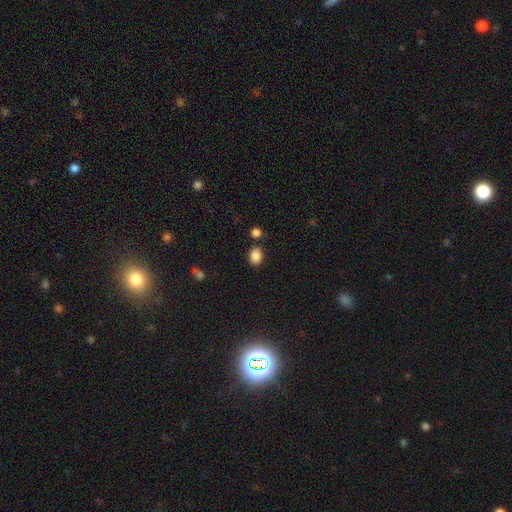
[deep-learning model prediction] smooth 87%, star or artifact 9%, featured or disk 4%. Down the decision tree: how rounded — in between (60%); merging — none (79%).